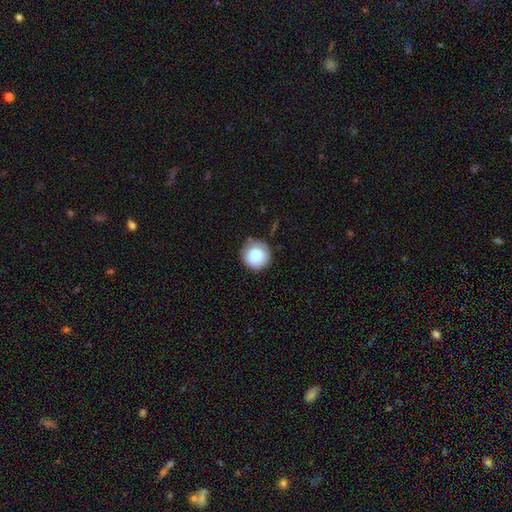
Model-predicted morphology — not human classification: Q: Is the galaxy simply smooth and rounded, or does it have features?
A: smooth — 83%.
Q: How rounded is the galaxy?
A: round — 93%.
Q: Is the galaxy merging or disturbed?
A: none — 75%.